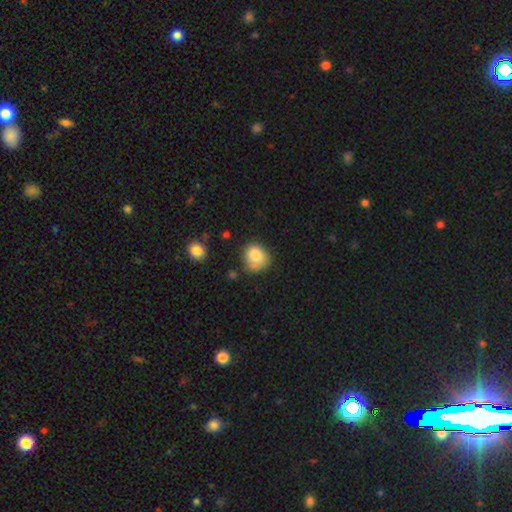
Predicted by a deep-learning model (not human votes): Smooth or featured? smooth (80%)
How rounded? round (72%)
Merging? none (56%)